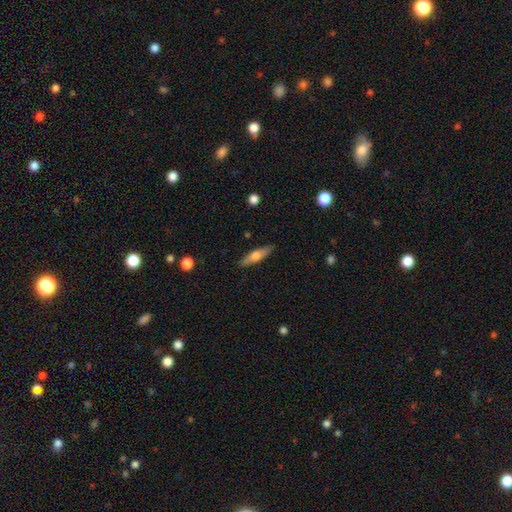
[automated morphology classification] type=smooth (58%); roundness=cigar-shaped (66%); merging=none (87%).